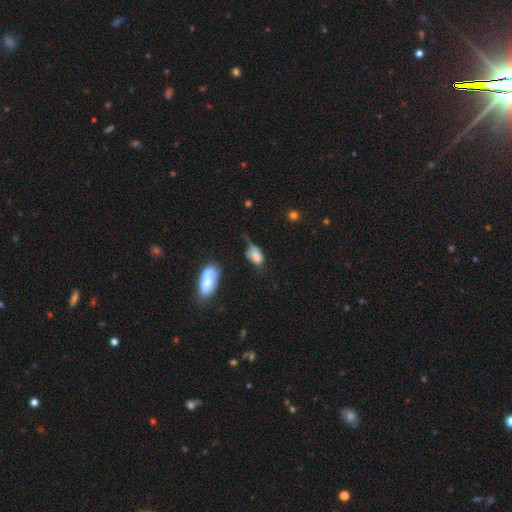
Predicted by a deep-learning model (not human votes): This appears to be a smooth galaxy with no disk features (69%) that is in between round and cigar-shaped (86%). Merging: minor disturbance (34%).